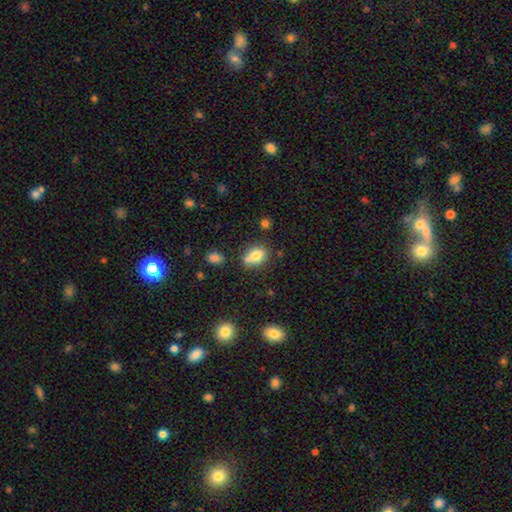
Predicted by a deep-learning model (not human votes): A smooth galaxy with no disk features (78%) that is in between round and cigar-shaped (65%).

Vote fractions:
- Smooth or featured? smooth: 78% / featured or disk: 11% / star or artifact: 11%
- How rounded? in between: 65% / round: 33% / cigar-shaped: 2%
- Merging? none: 57% / merger: 23% / minor disturbance: 15% / major disturbance: 4%